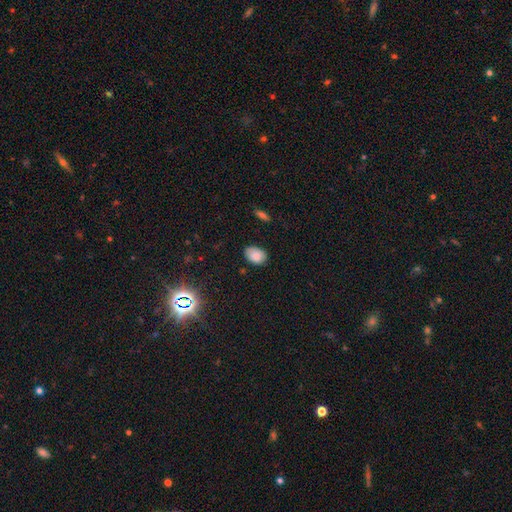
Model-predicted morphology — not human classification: Smooth or featured?
  - smooth: 84% *
  - star or artifact: 9%
  - featured or disk: 7%
How rounded?
  - in between: 82% *
  - round: 17%
  - cigar-shaped: 1%
Merging?
  - none: 79% *
  - minor disturbance: 17%
  - major disturbance: 3%
  - merger: 1%